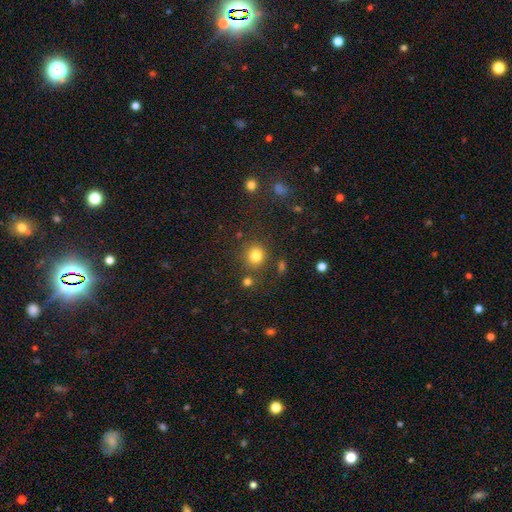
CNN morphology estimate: smooth 80%, star or artifact 14%, featured or disk 6%. Down the decision tree: how rounded — round (87%); merging — none (81%).